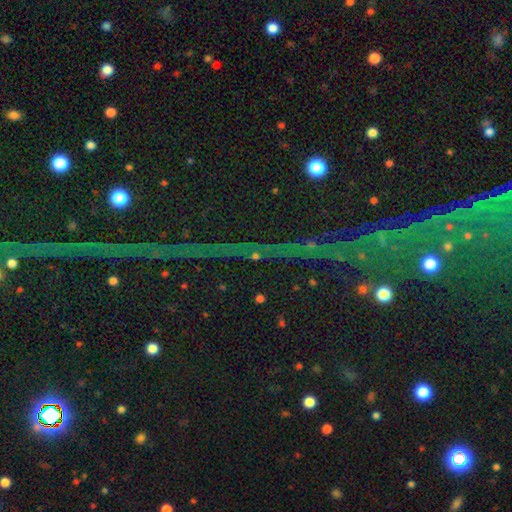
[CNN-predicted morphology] A star or artifact, not a galaxy (75%).

Vote fractions:
- Smooth or featured? star or artifact: 75% / featured or disk: 14% / smooth: 11%